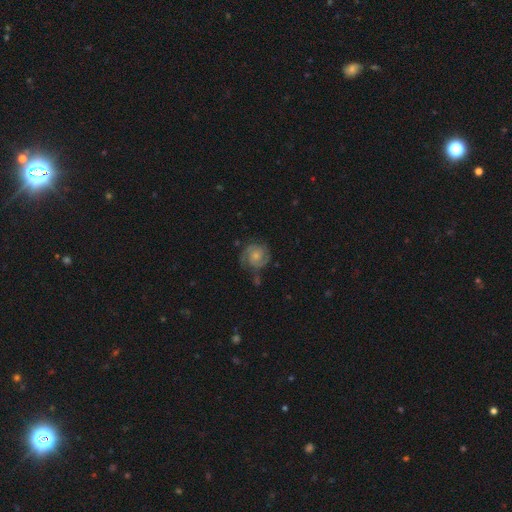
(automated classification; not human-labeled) A featured or disk galaxy (77%) with no bar (73%), 2 (78%) tight (53%) spiral arms (95%) and a small central bulge (55%).

Vote fractions:
- Smooth or featured? featured or disk: 77% / smooth: 17% / star or artifact: 7%
- Edge-on disk? no: 98% / yes: 2%
- Bar? no: 73% / weak: 23% / strong: 4%
- Spiral arms? yes: 95% / no: 5%
- Spiral winding? tight: 53% / medium: 37% / loose: 10%
- Spiral arm count? 2: 78% / can't tell: 9% / 3: 6% / 1: 3% / 4: 2% / more than 4: 2%
- Bulge size? small: 55% / moderate: 35% / none: 6% / large: 3% / dominant: 1%
- Merging? none: 68% / minor disturbance: 19% / major disturbance: 9% / merger: 4%